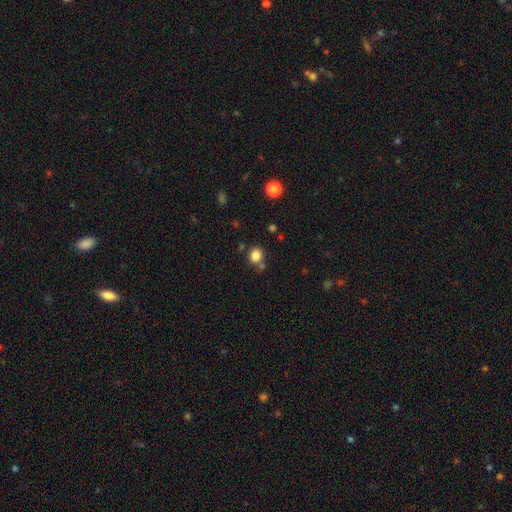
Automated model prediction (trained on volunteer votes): Smooth or featured? smooth (83%)
How rounded? round (75%)
Merging? none (71%)